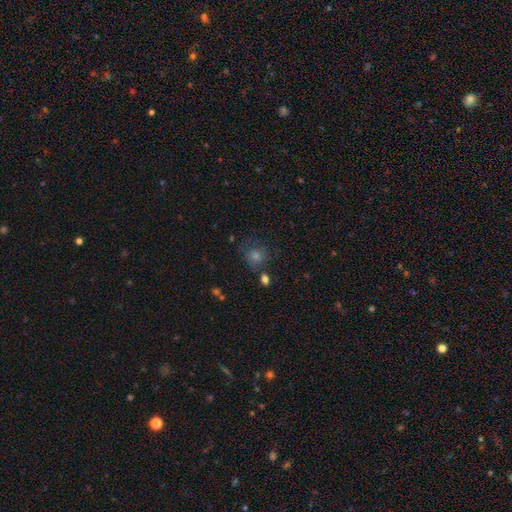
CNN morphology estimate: type=smooth (48%); merging=none (69%).